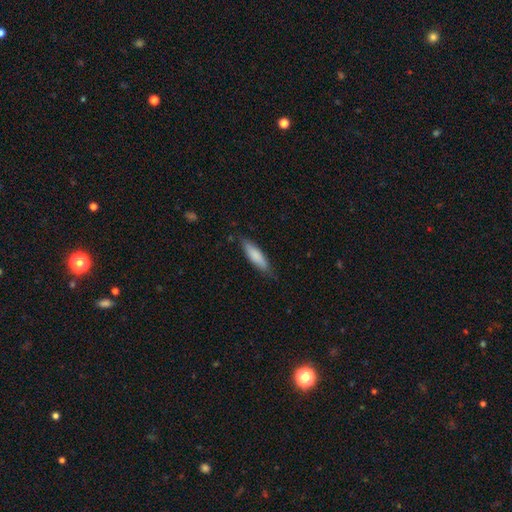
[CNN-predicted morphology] Smooth or featured: smooth — 80% (featured or disk — 14%)
How rounded: cigar-shaped — 66% (in between — 33%)
Merging: none — 79% (minor disturbance — 17%)